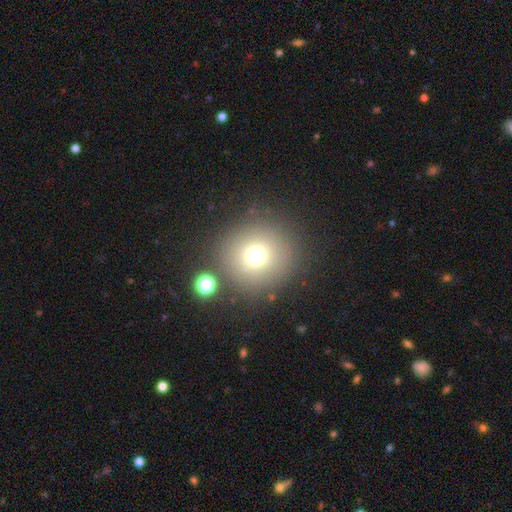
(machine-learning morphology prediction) Smooth or featured?
  - smooth: 70% *
  - star or artifact: 19%
  - featured or disk: 11%
How rounded?
  - round: 93% *
  - in between: 6%
  - cigar-shaped: 1%
Merging?
  - none: 82% *
  - minor disturbance: 8%
  - merger: 6%
  - major disturbance: 4%